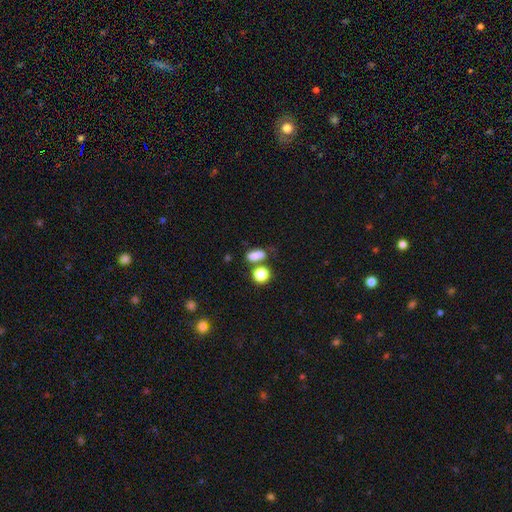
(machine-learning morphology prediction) type=smooth (79%); roundness=in between (71%); merging=none (51%).